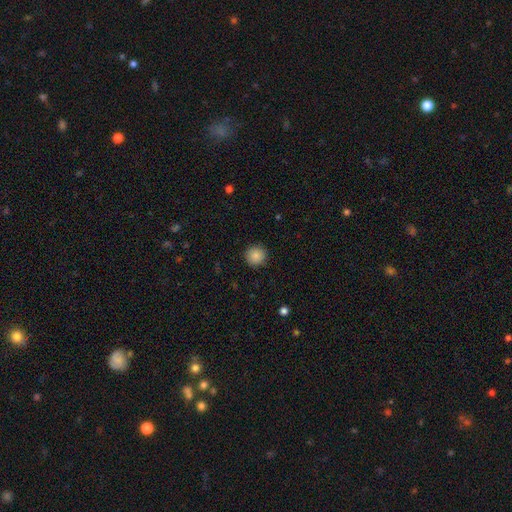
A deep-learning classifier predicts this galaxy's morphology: Smooth or featured? smooth (87%)
How rounded? round (94%)
Merging? none (91%)